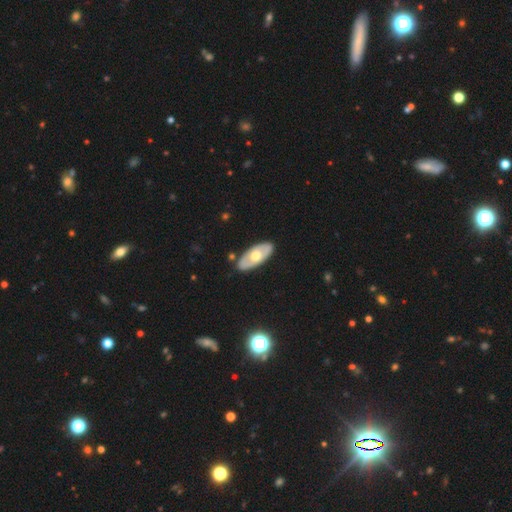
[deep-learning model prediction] smooth-or-featured: featured or disk: 51% | smooth: 45% | star or artifact: 4%
  disk-edge-on: no: 79% | yes: 21%
  merging: none: 86% | minor disturbance: 10% | merger: 2% | major disturbance: 2%